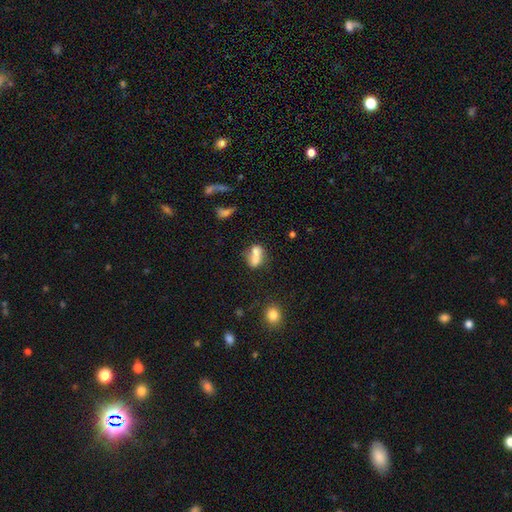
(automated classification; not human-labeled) smooth-or-featured: smooth: 68% | featured or disk: 21% | star or artifact: 11%
  how-rounded: in between: 67% | cigar-shaped: 20% | round: 13%
  merging: merger: 39% | none: 38% | minor disturbance: 15% | major disturbance: 8%